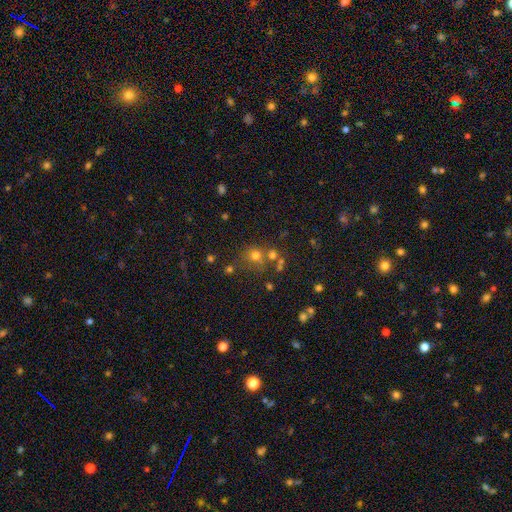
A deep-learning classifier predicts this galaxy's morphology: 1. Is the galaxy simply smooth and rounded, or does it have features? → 65% smooth, 23% star or artifact, 12% featured or disk.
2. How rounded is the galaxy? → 83% round, 16% in between, 1% cigar-shaped.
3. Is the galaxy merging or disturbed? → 58% none, 25% merger, 11% minor disturbance, 6% major disturbance.